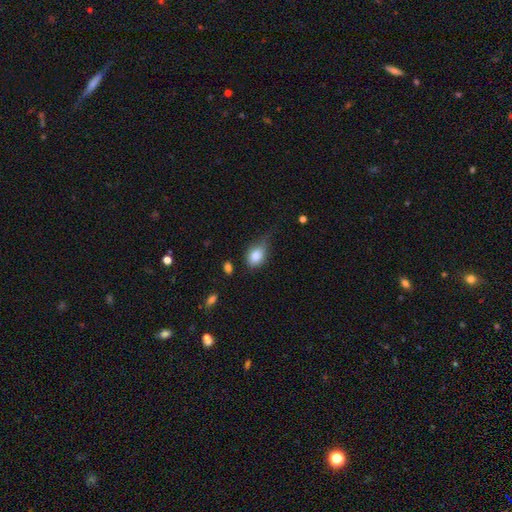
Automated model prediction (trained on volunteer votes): smooth-or-featured: smooth: 82% | featured or disk: 9% | star or artifact: 8%
  how-rounded: in between: 72% | round: 26% | cigar-shaped: 2%
  merging: minor disturbance: 43% | none: 37% | major disturbance: 16% | merger: 4%